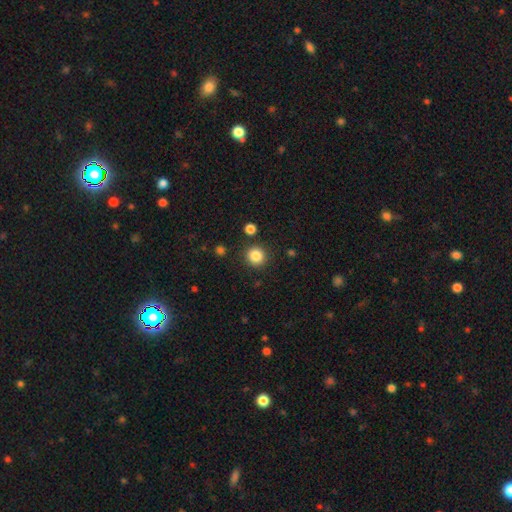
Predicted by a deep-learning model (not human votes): smooth_or_featured: smooth (p=0.85) [alt: star or artifact p=0.11]
how_rounded: round (p=0.93) [alt: in between p=0.06]
merging: none (p=0.89) [alt: minor disturbance p=0.06]